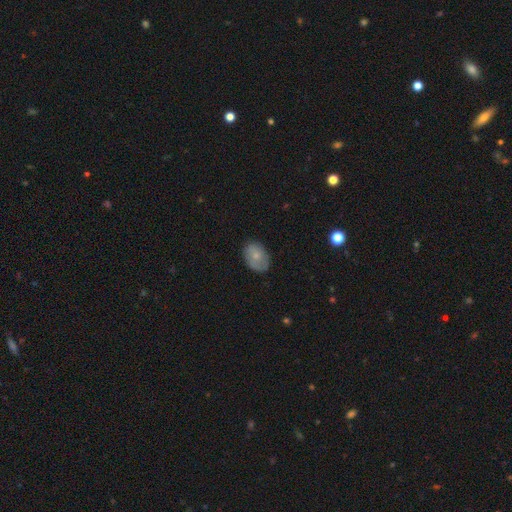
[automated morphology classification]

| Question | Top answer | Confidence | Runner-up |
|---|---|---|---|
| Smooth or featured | smooth | 72% | featured or disk (21%) |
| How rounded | in between | 81% | round (18%) |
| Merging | none | 74% | minor disturbance (20%) |